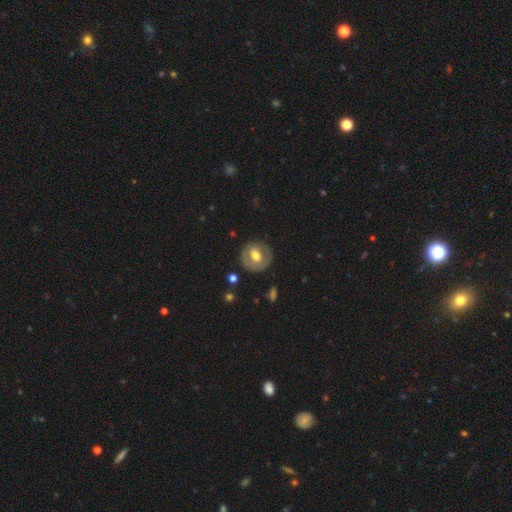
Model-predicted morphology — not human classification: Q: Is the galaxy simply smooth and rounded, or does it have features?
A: featured or disk — 50%.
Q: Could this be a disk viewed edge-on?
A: no — 94%.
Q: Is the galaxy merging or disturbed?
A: none — 82%.